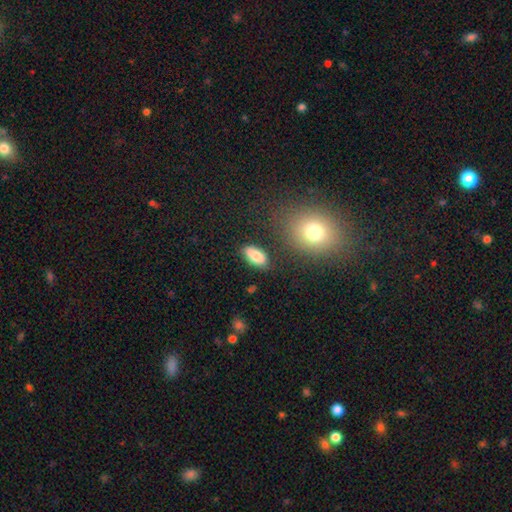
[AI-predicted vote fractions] This appears to be a smooth galaxy with no disk features (82%) that is in between round and cigar-shaped (90%). Merging: none (81%).